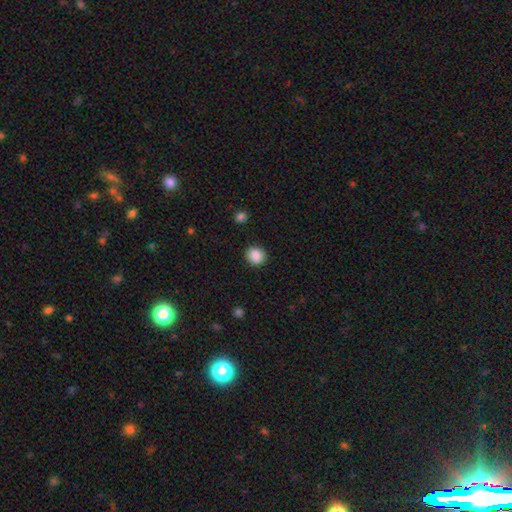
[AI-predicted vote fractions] This is clearly a smooth galaxy (88%). How rounded: clearly round (86%). Merging: clearly none (90%).